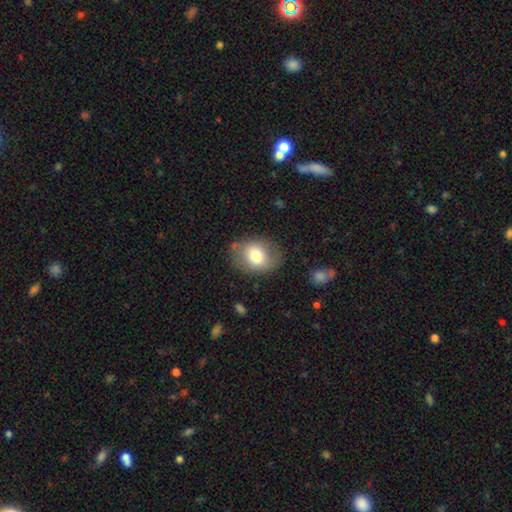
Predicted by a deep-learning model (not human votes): Morphology: type=smooth (73%); roundness=in between (63%); merging=none (78%).